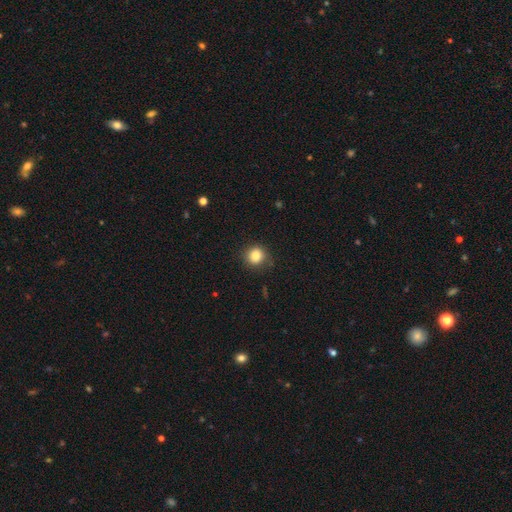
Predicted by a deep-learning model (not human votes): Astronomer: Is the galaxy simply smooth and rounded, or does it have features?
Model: smooth — 84%.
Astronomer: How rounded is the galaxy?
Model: round — 86%.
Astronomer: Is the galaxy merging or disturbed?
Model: none — 85%.